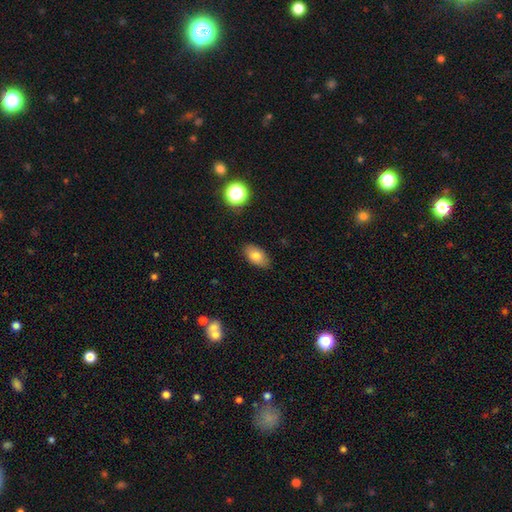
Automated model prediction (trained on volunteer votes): smooth-or-featured: smooth: 78% | featured or disk: 12% | star or artifact: 10%
  how-rounded: in between: 91% | round: 7% | cigar-shaped: 3%
  merging: none: 85% | minor disturbance: 12% | major disturbance: 2% | merger: 1%